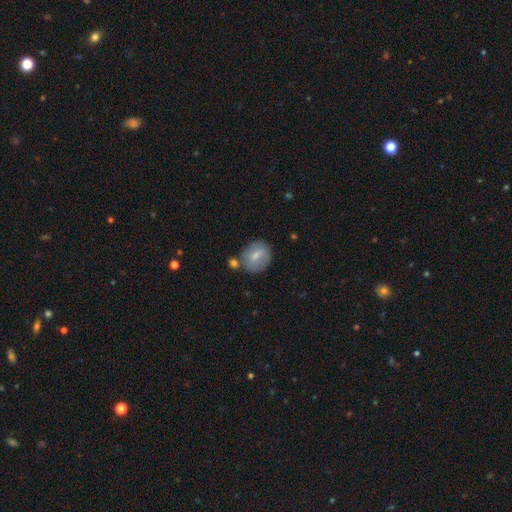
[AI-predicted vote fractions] This is likely a smooth galaxy (67%). How rounded: likely round (69%). Merging: likely none (65%).